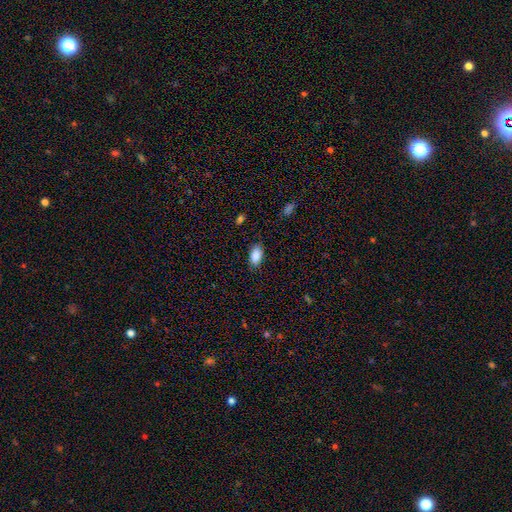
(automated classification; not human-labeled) Smooth or featured: smooth — 87% (star or artifact — 7%)
How rounded: in between — 92% (round — 4%)
Merging: none — 85% (minor disturbance — 12%)